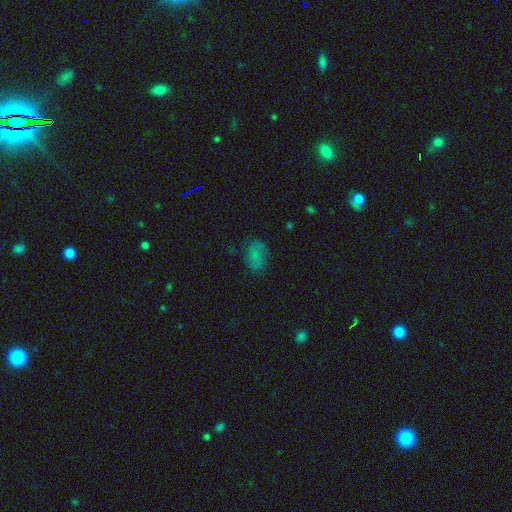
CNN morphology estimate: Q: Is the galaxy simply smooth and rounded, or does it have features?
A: smooth — 64%.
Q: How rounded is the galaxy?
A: in between — 85%.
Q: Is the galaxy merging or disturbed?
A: none — 70%.